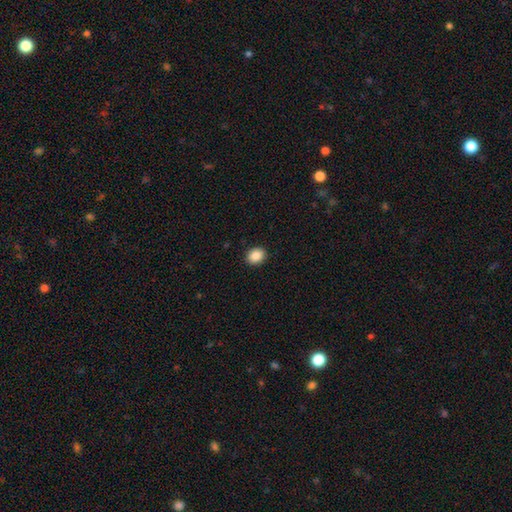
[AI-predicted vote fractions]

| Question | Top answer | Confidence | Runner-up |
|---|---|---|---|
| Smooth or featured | smooth | 89% | star or artifact (8%) |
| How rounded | round | 51% | in between (49%) |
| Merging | none | 91% | minor disturbance (6%) |